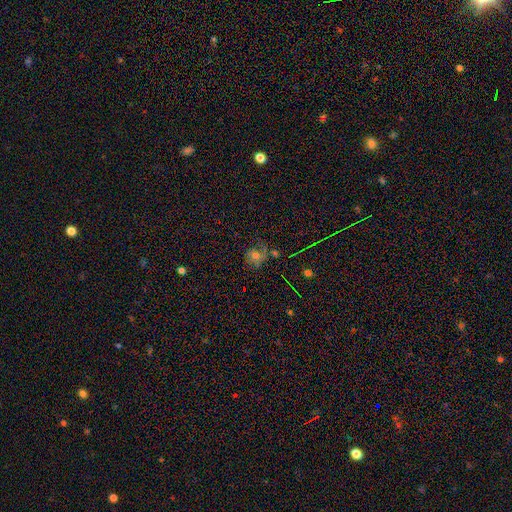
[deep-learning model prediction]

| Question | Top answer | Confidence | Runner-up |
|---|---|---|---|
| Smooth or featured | smooth | 46% | featured or disk (28%) |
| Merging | none | 54% | minor disturbance (21%) |